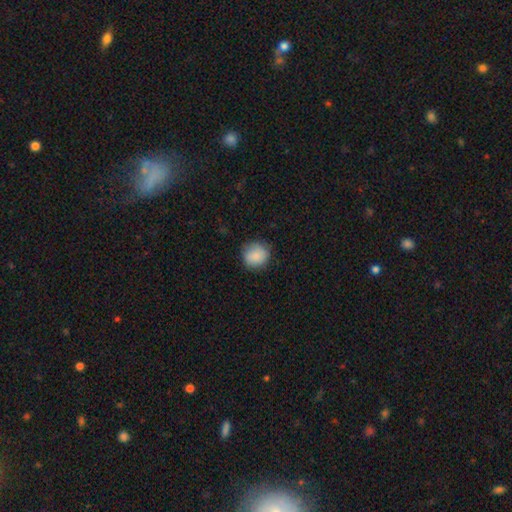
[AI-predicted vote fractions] A smooth galaxy with no disk features (88%) that is round (90%).

Vote fractions:
- Smooth or featured? smooth: 88% / star or artifact: 7% / featured or disk: 5%
- How rounded? round: 90% / in between: 10% / cigar-shaped: 1%
- Merging? none: 84% / minor disturbance: 12% / major disturbance: 3% / merger: 1%